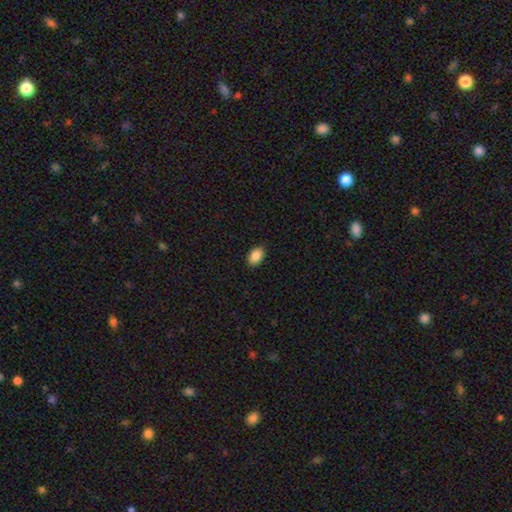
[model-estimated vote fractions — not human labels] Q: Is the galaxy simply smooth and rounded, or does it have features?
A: smooth — 88%.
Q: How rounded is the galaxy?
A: in between — 84%.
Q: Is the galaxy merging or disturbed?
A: none — 89%.